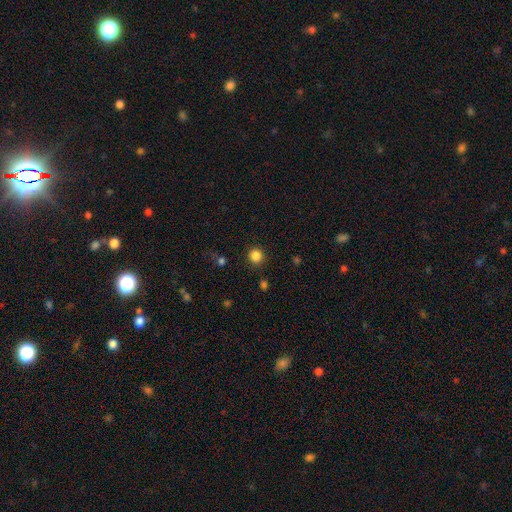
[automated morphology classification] smooth-or-featured: smooth: 85% | star or artifact: 12% | featured or disk: 3%
  how-rounded: round: 93% | in between: 6% | cigar-shaped: 1%
  merging: none: 90% | minor disturbance: 6% | major disturbance: 2% | merger: 2%